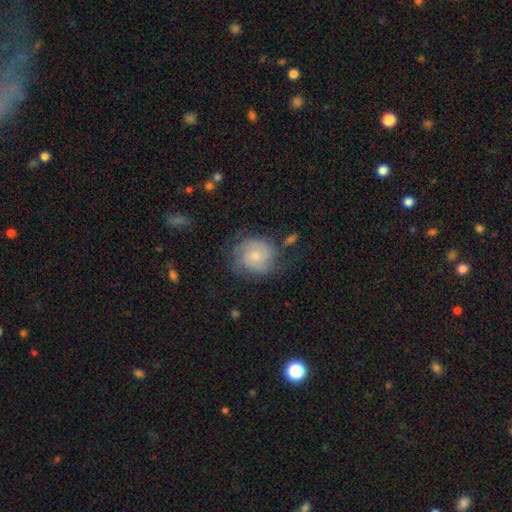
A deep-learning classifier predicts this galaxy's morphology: Q: Smooth or featured?
A: smooth (50%); runner-up: featured or disk (42%)
Q: Merging?
A: none (61%); runner-up: minor disturbance (24%)